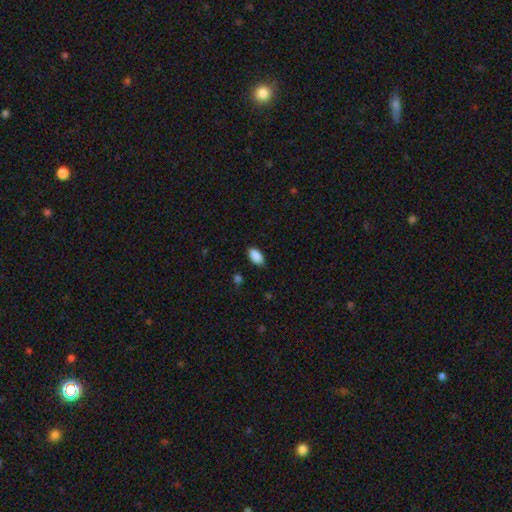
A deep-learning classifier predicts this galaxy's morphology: smooth-or-featured: smooth: 90% | star or artifact: 7% | featured or disk: 3%
  how-rounded: in between: 94% | round: 3% | cigar-shaped: 3%
  merging: none: 85% | minor disturbance: 11% | major disturbance: 2% | merger: 1%